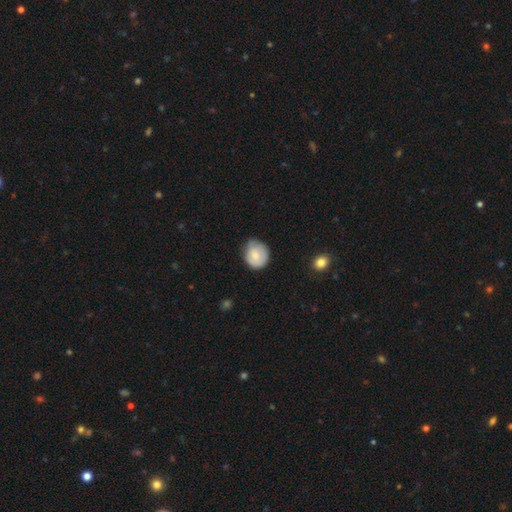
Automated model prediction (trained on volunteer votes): Smooth or featured? Predicted: smooth (p=0.74). How rounded? Predicted: round (p=0.77). Merging? Predicted: none (p=0.52).